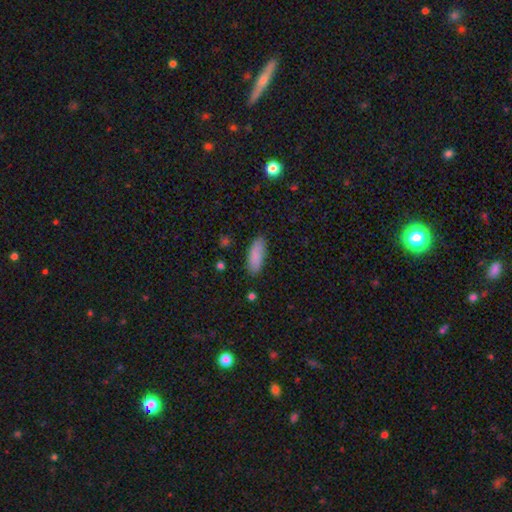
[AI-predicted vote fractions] This appears to be a smooth galaxy with no disk features (87%) that is in between round and cigar-shaped (67%). Merging: none (85%).